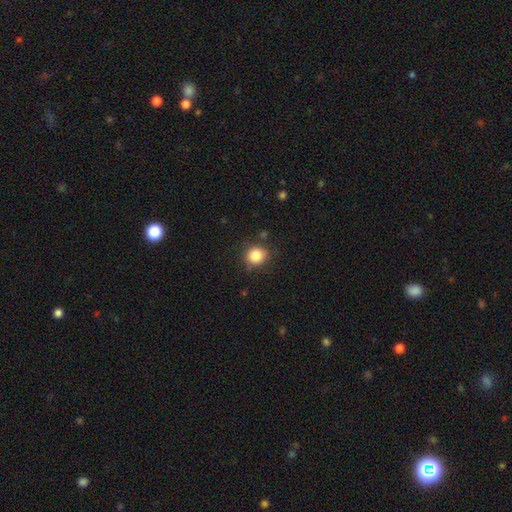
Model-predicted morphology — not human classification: smooth-or-featured: smooth: 84% | star or artifact: 10% | featured or disk: 5%
  how-rounded: round: 82% | in between: 17% | cigar-shaped: 1%
  merging: none: 81% | minor disturbance: 13% | major disturbance: 3% | merger: 2%